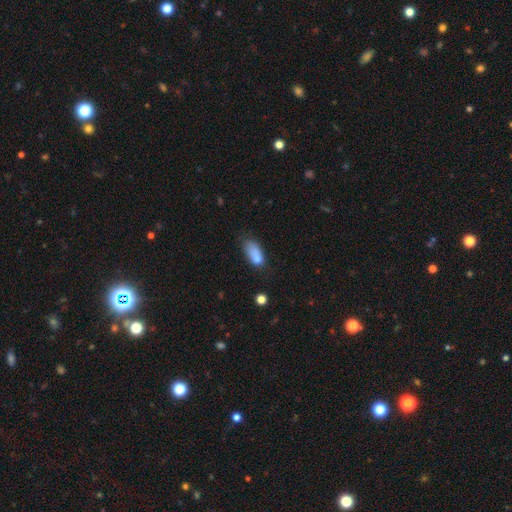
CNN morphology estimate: smooth 77%, featured or disk 12%, star or artifact 10%. Down the decision tree: how rounded — in between (85%); merging — none (36%).